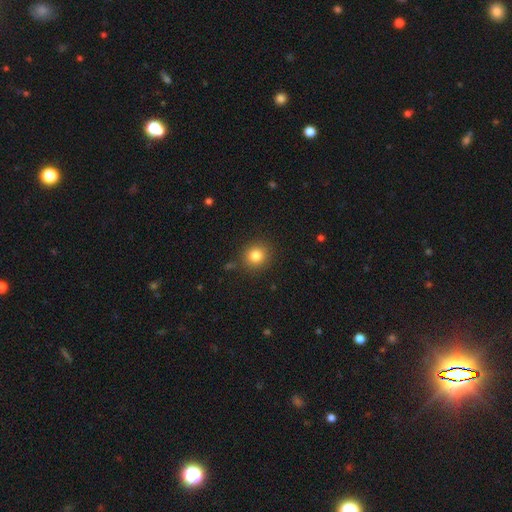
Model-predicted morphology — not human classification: Smooth or featured: smooth — 83% (star or artifact — 11%)
How rounded: round — 87% (in between — 12%)
Merging: none — 87% (minor disturbance — 8%)